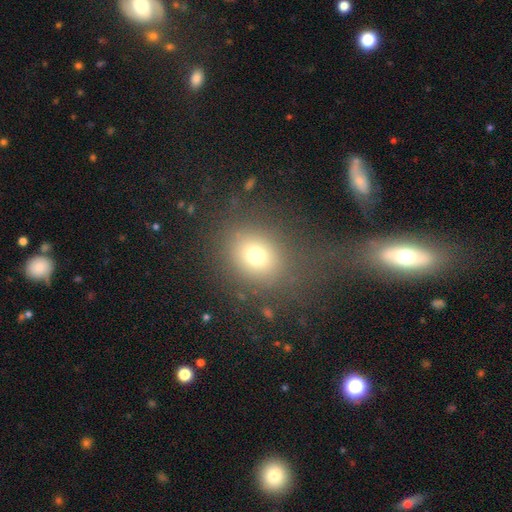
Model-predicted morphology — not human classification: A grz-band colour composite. It shows a smooth galaxy with no disk features (72%) that is round (72%). Merging: none (69%).